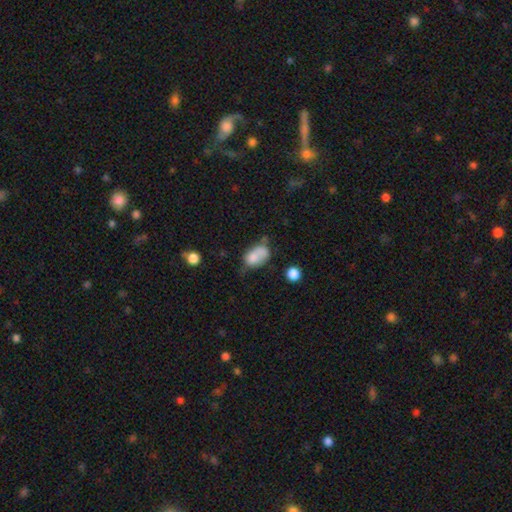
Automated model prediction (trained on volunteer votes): The model was most divided on "merging" (2-way tie): none: 29%, minor disturbance: 29%, merger: 25%, major disturbance: 17%. More confident: how rounded — in between (80%); smooth or featured — smooth (75%).